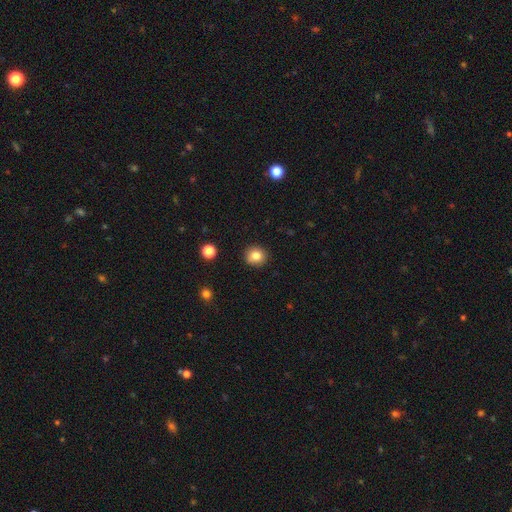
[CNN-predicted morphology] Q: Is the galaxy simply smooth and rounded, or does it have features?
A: smooth — 82%.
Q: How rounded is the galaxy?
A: round — 88%.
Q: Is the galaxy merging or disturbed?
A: none — 90%.